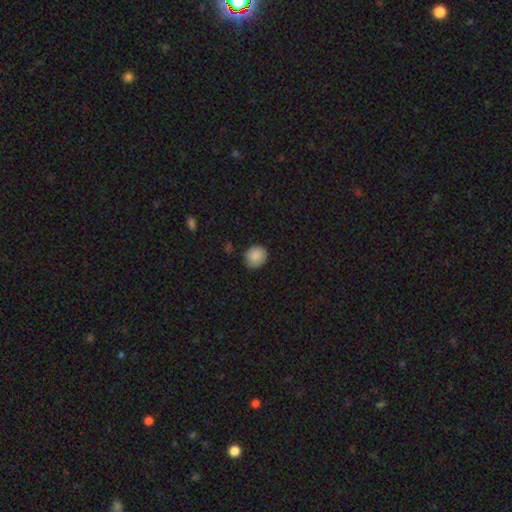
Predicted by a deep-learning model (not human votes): Overall: smooth (87%). How rounded: round (81%). Merging: none (81%).